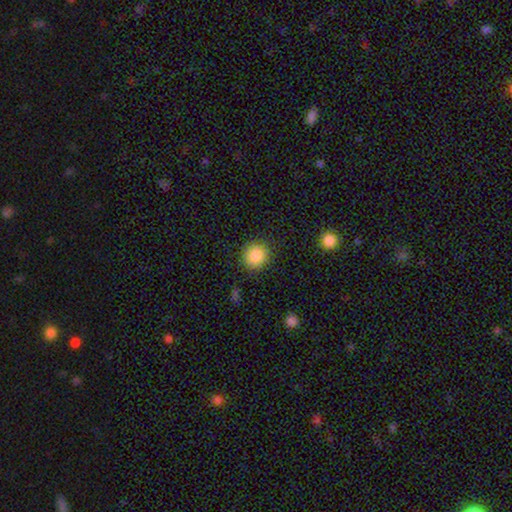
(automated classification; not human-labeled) smooth-or-featured: smooth: 86% | star or artifact: 9% | featured or disk: 4%
  how-rounded: round: 89% | in between: 10% | cigar-shaped: 1%
  merging: none: 88% | minor disturbance: 8% | major disturbance: 3% | merger: 1%